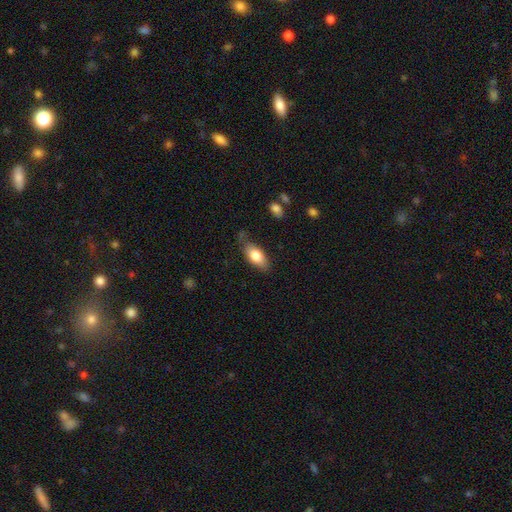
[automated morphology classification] This appears to be a smooth galaxy with no disk features (79%) that is in between round and cigar-shaped (88%). Merging: none (68%).